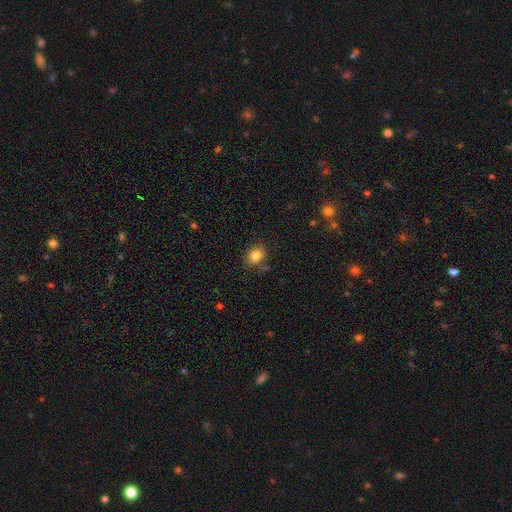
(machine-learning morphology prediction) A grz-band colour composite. It shows a smooth galaxy with no disk features (84%) that is round (63%). Merging: none (83%).